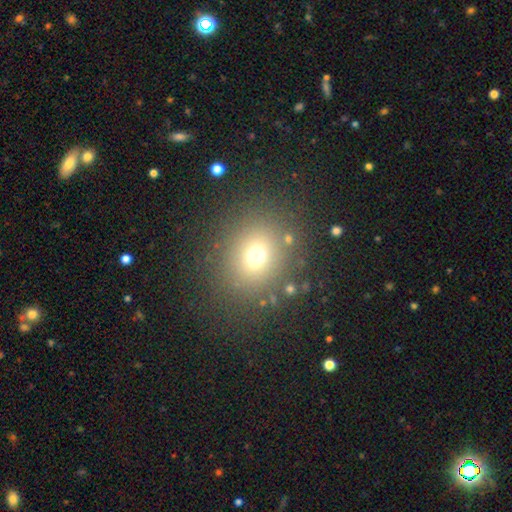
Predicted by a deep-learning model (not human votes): Overall: smooth (70%). How rounded: round (72%). Merging: none (84%).